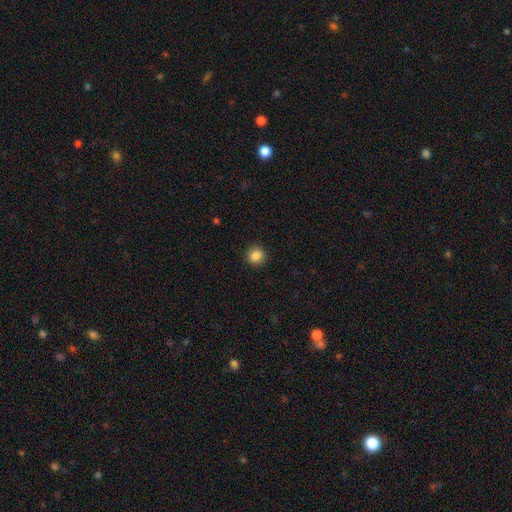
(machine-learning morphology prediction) This appears to be a smooth galaxy with no disk features (86%) that is round (92%). Merging: none (92%).